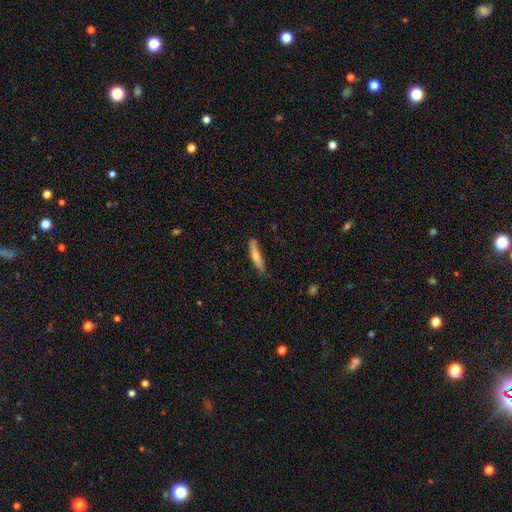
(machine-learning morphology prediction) A smooth galaxy with no disk features (59%) that is cigar-shaped (89%).

Vote fractions:
- Smooth or featured? smooth: 59% / featured or disk: 35% / star or artifact: 6%
- How rounded? cigar-shaped: 89% / in between: 10% / round: 2%
- Merging? none: 73% / minor disturbance: 21% / major disturbance: 4% / merger: 2%